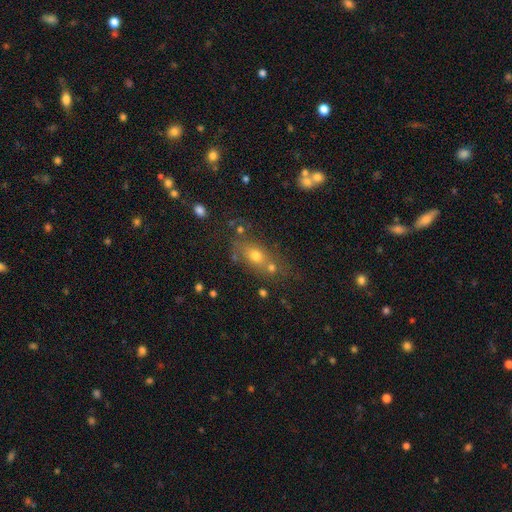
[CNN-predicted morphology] Smooth or featured? Predicted: smooth (p=0.64). How rounded? Predicted: in between (p=0.59). Merging? Predicted: none (p=0.58).